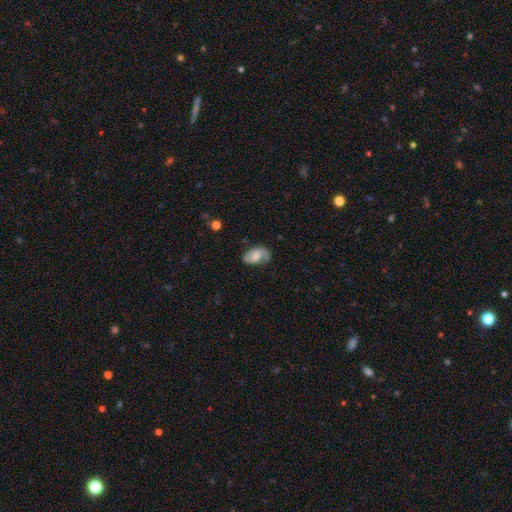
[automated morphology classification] Smooth or featured?
  - featured or disk: 49% *
  - smooth: 43%
  - star or artifact: 8%
Merging?
  - none: 65% *
  - minor disturbance: 25%
  - major disturbance: 8%
  - merger: 2%